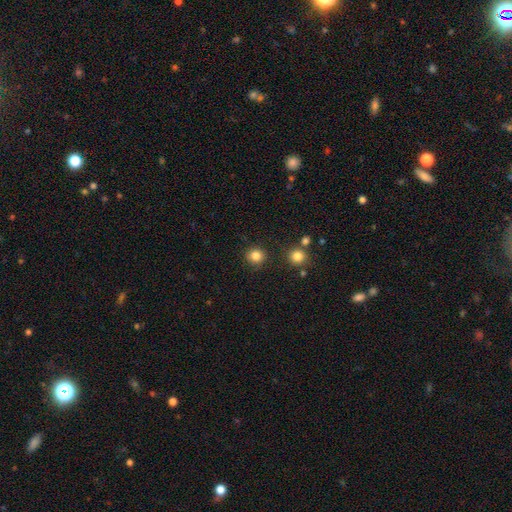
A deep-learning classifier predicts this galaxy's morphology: A smooth galaxy with no disk features (84%) that is round (89%).

Vote fractions:
- Smooth or featured? smooth: 84% / star or artifact: 12% / featured or disk: 4%
- How rounded? round: 89% / in between: 10% / cigar-shaped: 1%
- Merging? none: 89% / minor disturbance: 7% / merger: 2% / major disturbance: 2%